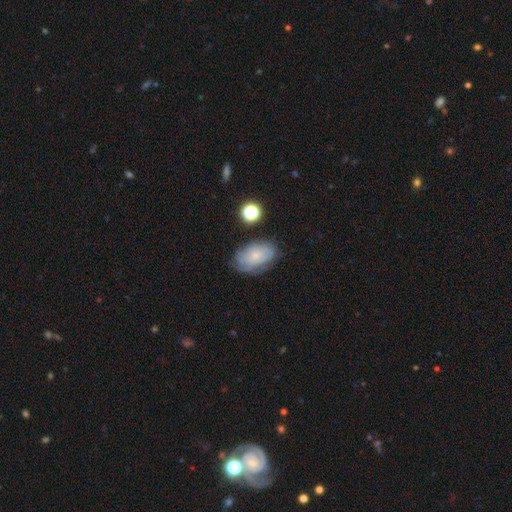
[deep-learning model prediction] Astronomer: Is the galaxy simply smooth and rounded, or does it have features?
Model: smooth — 53% (runner-up: featured or disk, 37%).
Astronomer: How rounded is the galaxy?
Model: in between — 87%.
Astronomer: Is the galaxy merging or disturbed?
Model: none — 65%.